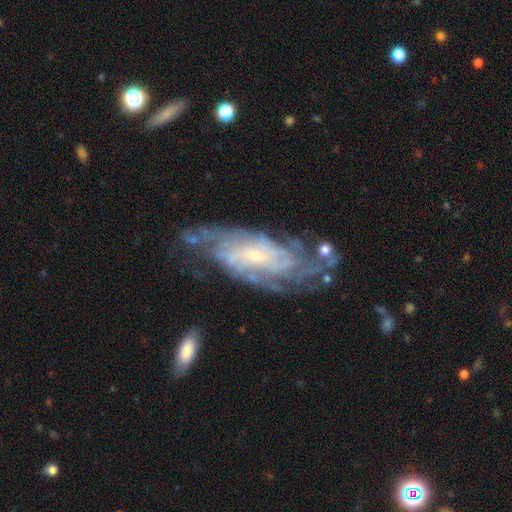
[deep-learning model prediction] The model was most divided on "spiral arm count": can't tell: 41%, 4: 19%, 3: 12%, 2: 12%, more than 4: 11%, 1: 5%. More confident: spiral arms — yes (95%); edge-on disk — no (92%); smooth or featured — featured or disk (86%); bulge size — small (74%); merging — none (62%); spiral winding — tight (62%); bar — no (59%).